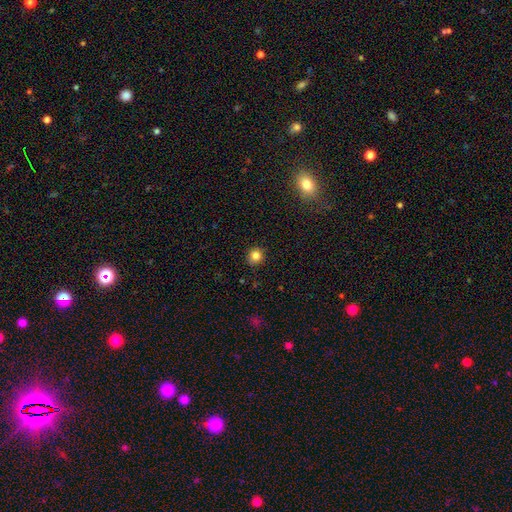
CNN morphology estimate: Smooth or featured? smooth (82%)
How rounded? round (90%)
Merging? none (90%)